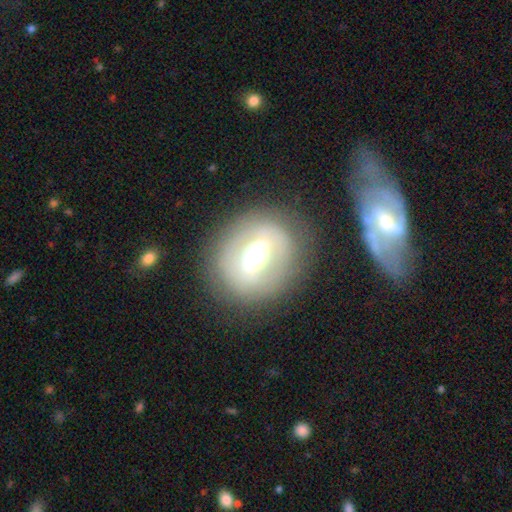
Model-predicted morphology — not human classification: Smooth or featured? featured or disk (50%)
Merging? none (76%)